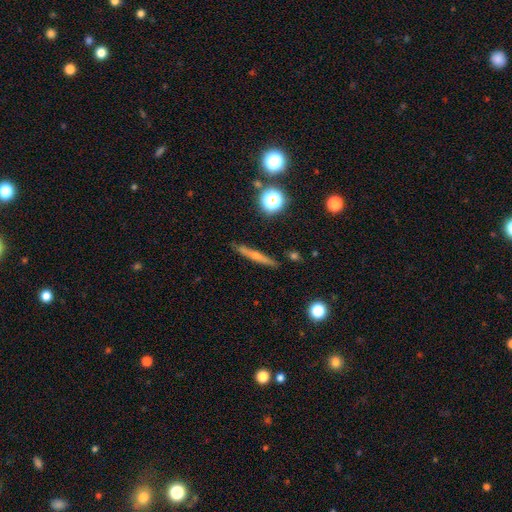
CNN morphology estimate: Smooth or featured?
  - featured or disk: 47% *
  - smooth: 41%
  - star or artifact: 12%
Merging?
  - none: 86% *
  - minor disturbance: 10%
  - major disturbance: 2%
  - merger: 2%